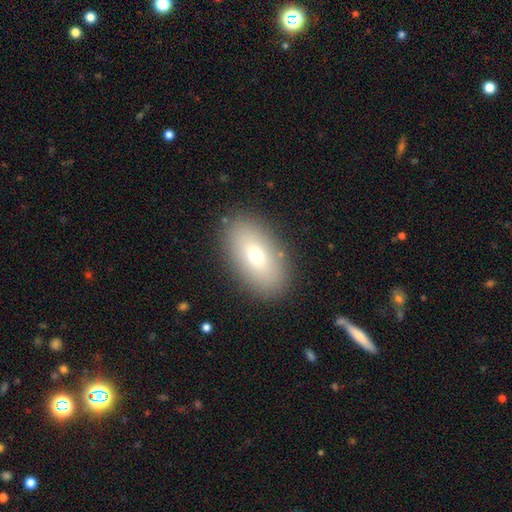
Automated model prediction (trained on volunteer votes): This is likely a smooth galaxy (71%). How rounded: clearly in between (91%). Merging: clearly none (87%).